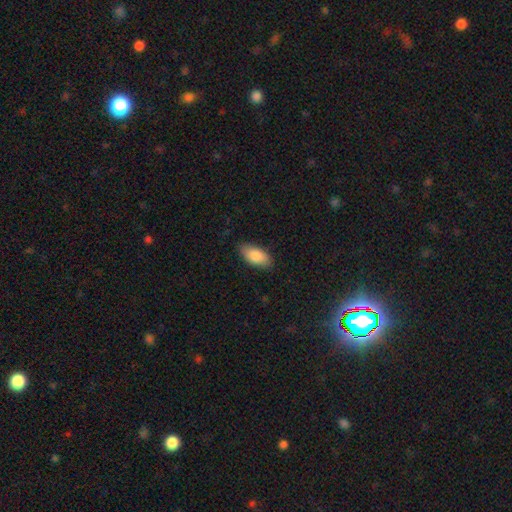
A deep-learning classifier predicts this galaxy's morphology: smooth-or-featured: smooth: 87% | featured or disk: 7% | star or artifact: 6%
  how-rounded: in between: 92% | cigar-shaped: 6% | round: 2%
  merging: none: 85% | minor disturbance: 12% | major disturbance: 2% | merger: 1%